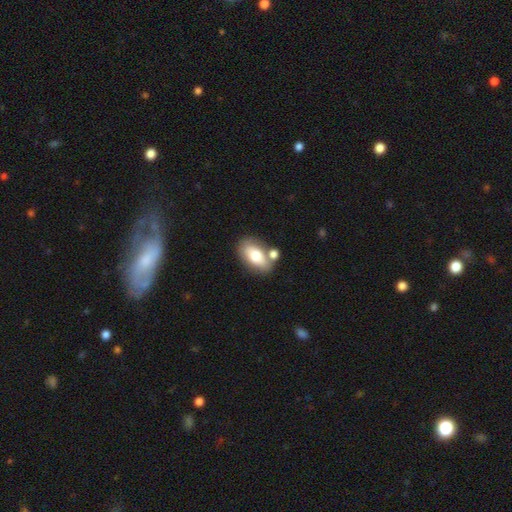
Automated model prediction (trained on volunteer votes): Smooth or featured: smooth — 69% (featured or disk — 24%)
How rounded: in between — 90% (round — 7%)
Merging: none — 58% (merger — 24%)